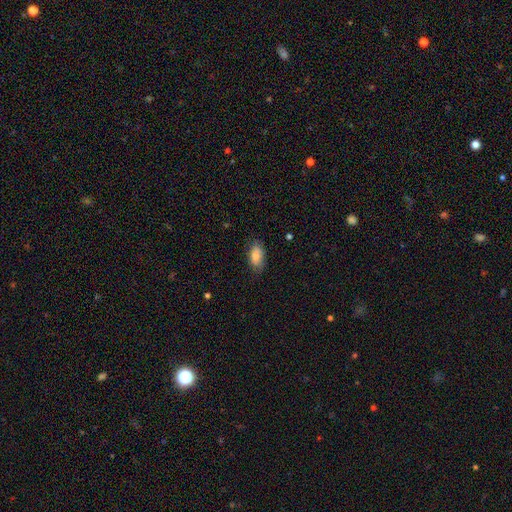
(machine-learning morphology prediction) This is clearly a smooth galaxy (83%). How rounded: clearly in between (92%). Merging: likely none (79%).